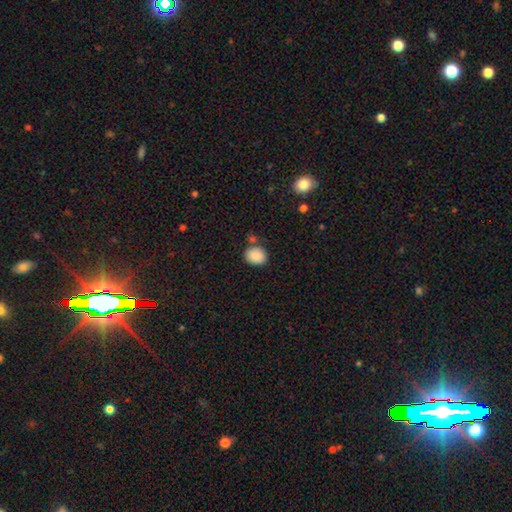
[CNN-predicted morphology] smooth 88%, star or artifact 8%, featured or disk 4%. Down the decision tree: how rounded — round (50%, tied with in between); merging — none (76%).